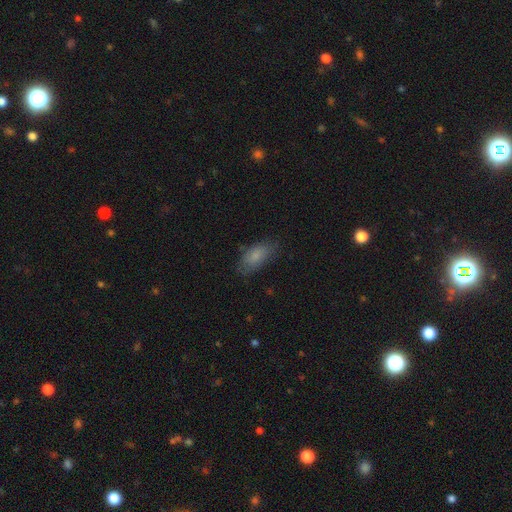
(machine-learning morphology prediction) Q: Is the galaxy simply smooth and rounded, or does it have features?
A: smooth — 82%.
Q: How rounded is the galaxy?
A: in between — 88%.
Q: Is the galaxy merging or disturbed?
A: none — 72%.